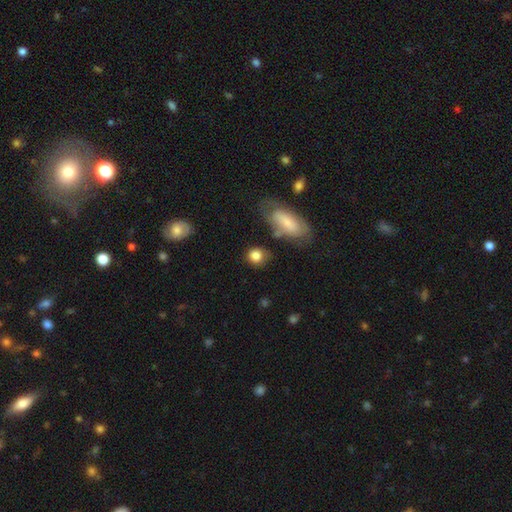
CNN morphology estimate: A smooth galaxy with no disk features (82%) that is round (76%). Merging: none (67%).